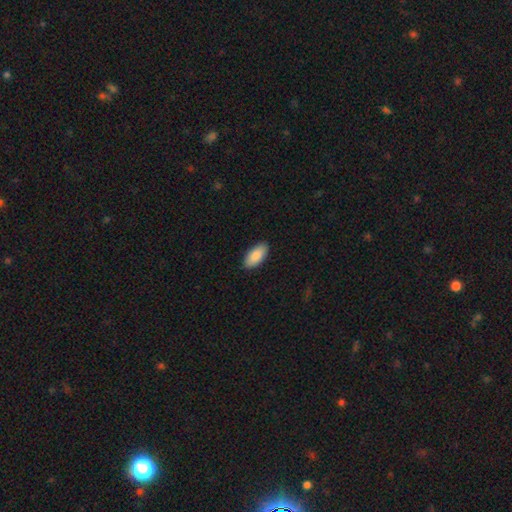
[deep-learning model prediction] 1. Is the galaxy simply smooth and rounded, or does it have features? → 88% smooth, 6% featured or disk, 6% star or artifact.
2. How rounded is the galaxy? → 91% in between, 7% cigar-shaped, 2% round.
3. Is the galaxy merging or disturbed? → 89% none, 8% minor disturbance, 2% major disturbance, 1% merger.